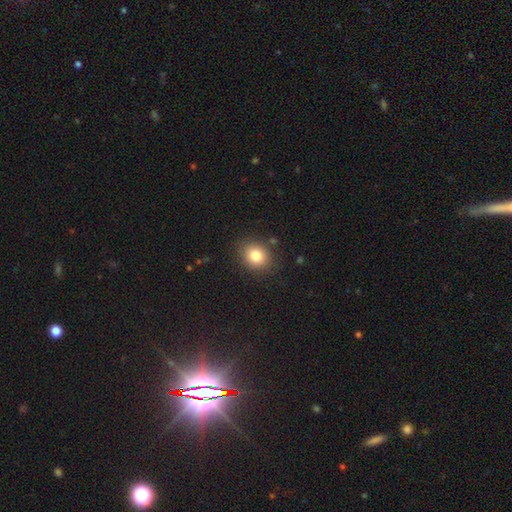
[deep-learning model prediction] This appears to be a smooth galaxy with no disk features (82%) that is round (61%). Merging: none (85%).